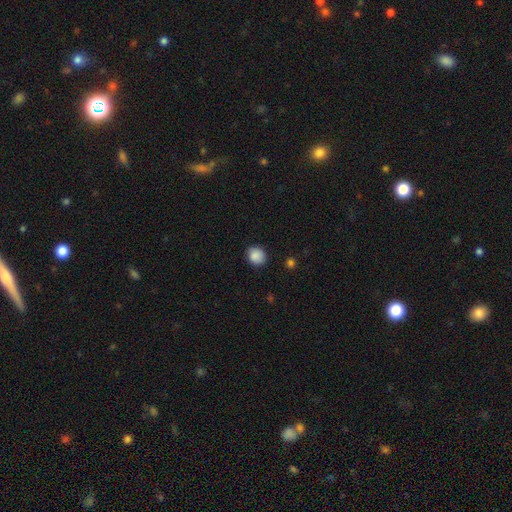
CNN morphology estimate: This appears to be a smooth galaxy with no disk features (88%) that is round (74%). Merging: none (85%).